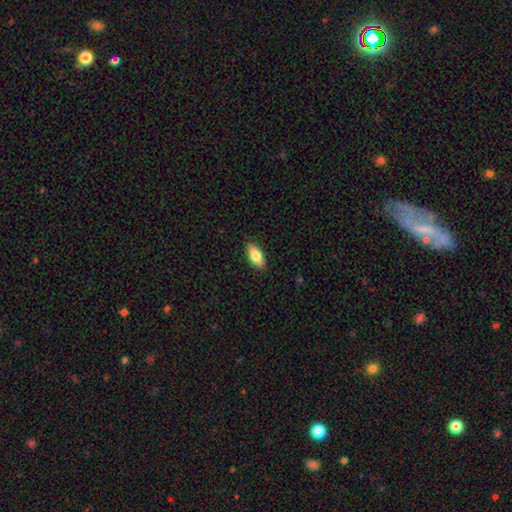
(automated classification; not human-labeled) Smooth or featured? Predicted: smooth (p=0.79). How rounded? Predicted: in between (p=0.84). Merging? Predicted: none (p=0.89).